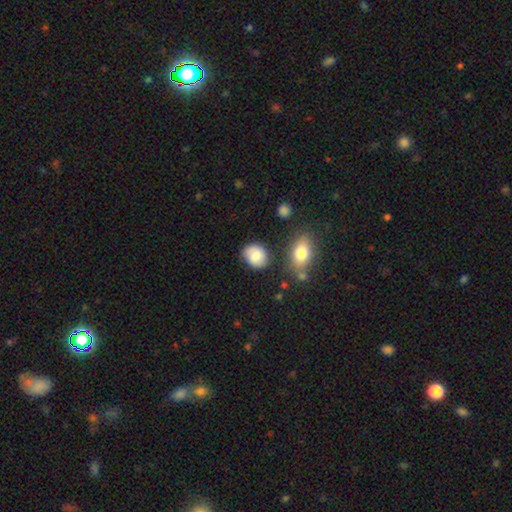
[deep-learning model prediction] Smooth or featured? smooth (73%)
How rounded? round (54%)
Merging? none (71%)